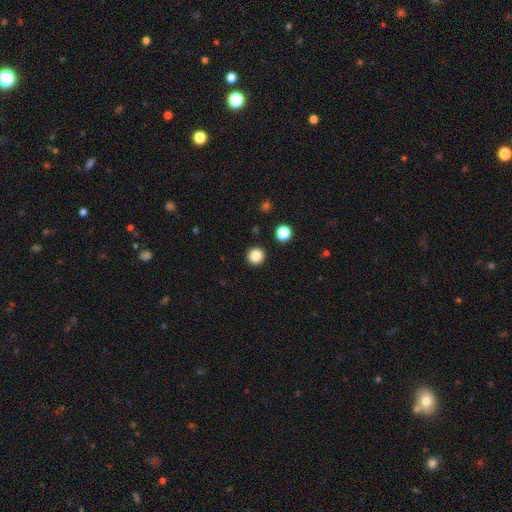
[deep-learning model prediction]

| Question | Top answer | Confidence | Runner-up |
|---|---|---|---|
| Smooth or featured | smooth | 86% | star or artifact (11%) |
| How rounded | round | 95% | in between (4%) |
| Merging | none | 93% | minor disturbance (4%) |